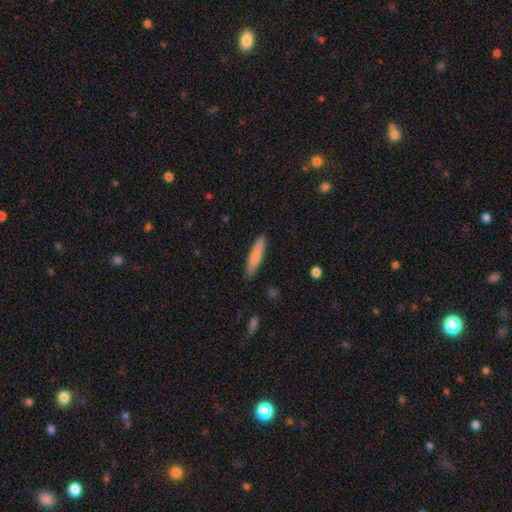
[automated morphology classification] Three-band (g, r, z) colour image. It shows a smooth galaxy with no disk features (76%) that is cigar-shaped (86%). Merging: none (87%).